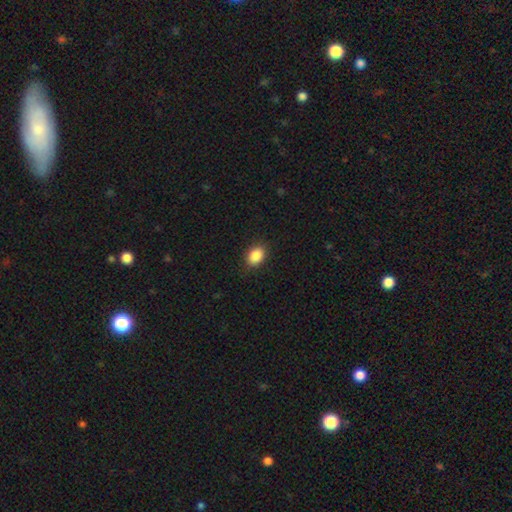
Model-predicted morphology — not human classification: The model was most divided on "how rounded": in between: 78%, round: 21%, cigar-shaped: 1%. More confident: smooth or featured — smooth (88%); merging — none (87%).